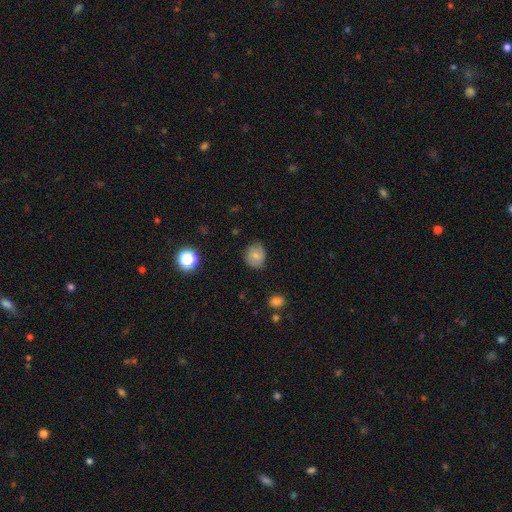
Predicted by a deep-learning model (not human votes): smooth 71%, featured or disk 19%, star or artifact 10%. Down the decision tree: how rounded — round (71%); merging — none (76%).